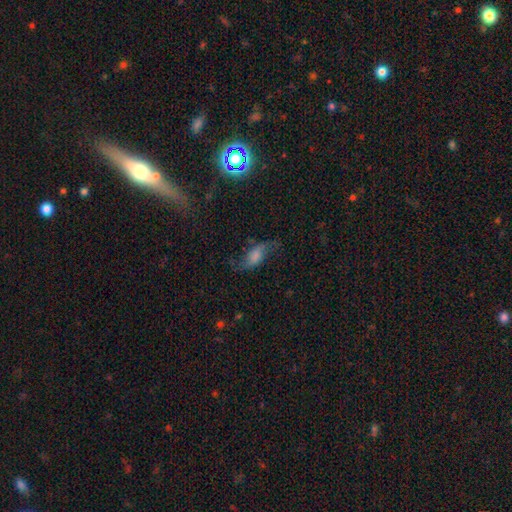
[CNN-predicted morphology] A featured or disk galaxy (55%).

Vote fractions:
- Smooth or featured? featured or disk: 55% / smooth: 29% / star or artifact: 15%
- Edge-on disk? no: 87% / yes: 13%
- Merging? none: 62% / minor disturbance: 20% / major disturbance: 15% / merger: 2%